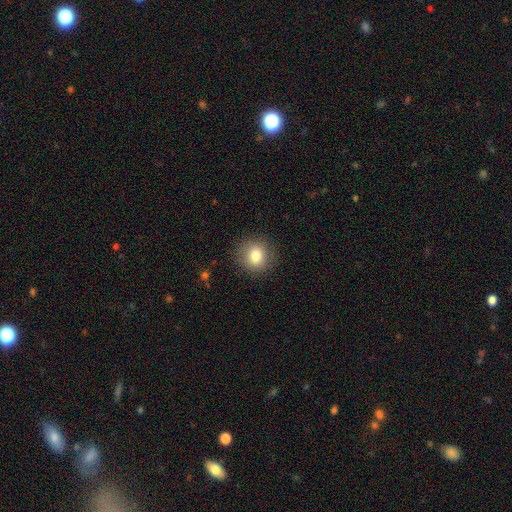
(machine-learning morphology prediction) Smooth or featured? smooth (80%)
How rounded? round (86%)
Merging? none (88%)